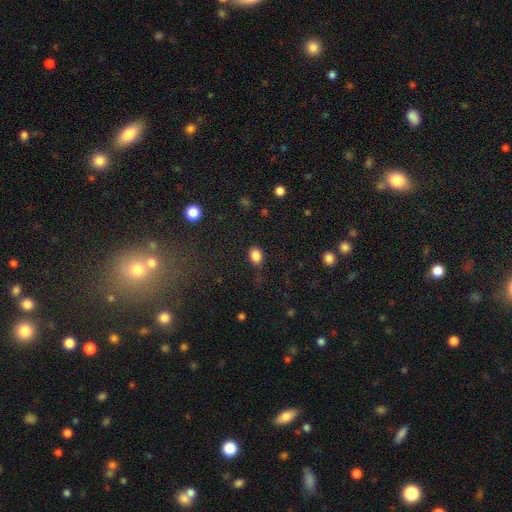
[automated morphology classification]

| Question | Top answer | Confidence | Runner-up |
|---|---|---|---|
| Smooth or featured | smooth | 86% | star or artifact (10%) |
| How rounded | in between | 67% | round (32%) |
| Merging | none | 80% | minor disturbance (15%) |